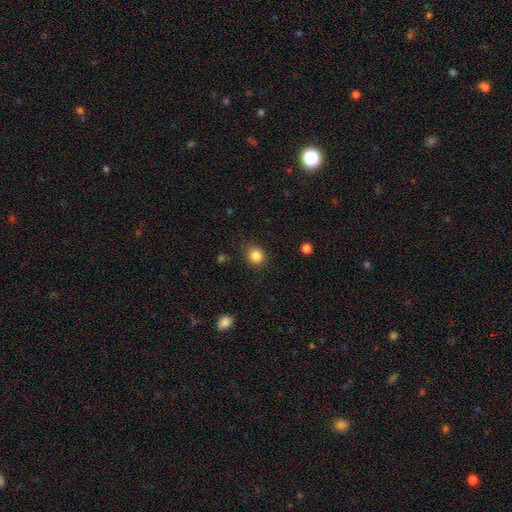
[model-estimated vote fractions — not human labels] This is clearly a smooth galaxy (85%). How rounded: clearly round (85%). Merging: clearly none (88%).